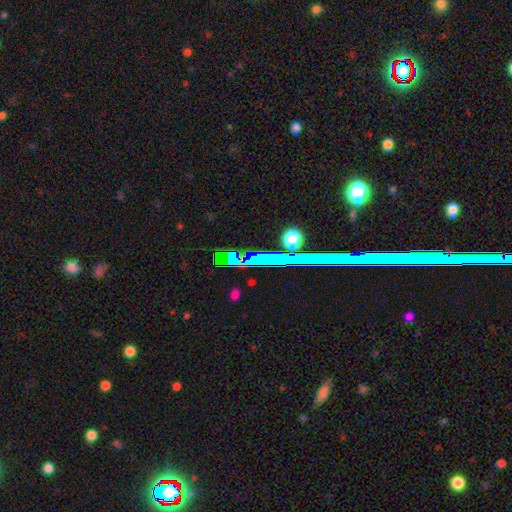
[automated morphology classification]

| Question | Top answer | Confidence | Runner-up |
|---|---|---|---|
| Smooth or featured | star or artifact | 69% | featured or disk (18%) |